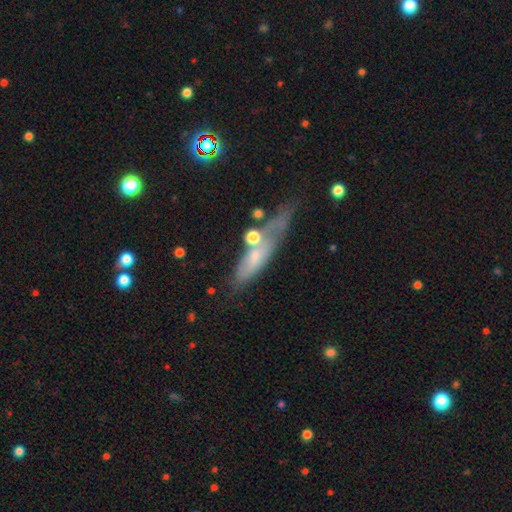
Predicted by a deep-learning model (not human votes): Smooth or featured? smooth (48%)
Merging? none (50%)